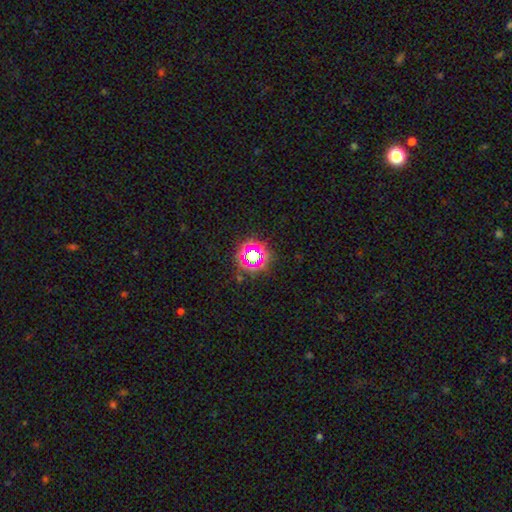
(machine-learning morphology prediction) This is likely a star or artifact rather than a galaxy (63%).